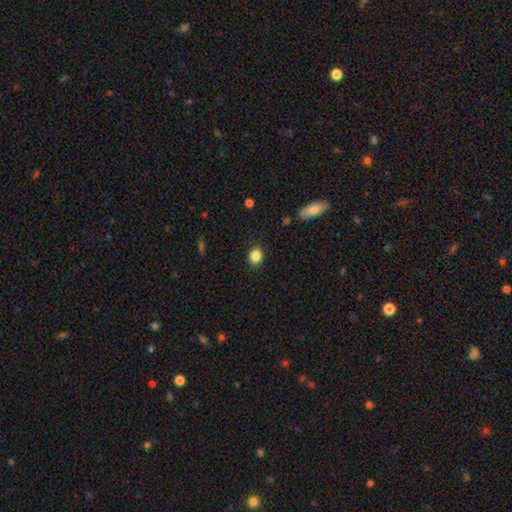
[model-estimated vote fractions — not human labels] Smooth or featured: smooth — 85% (star or artifact — 10%)
How rounded: round — 53% (in between — 45%)
Merging: none — 85% (minor disturbance — 12%)